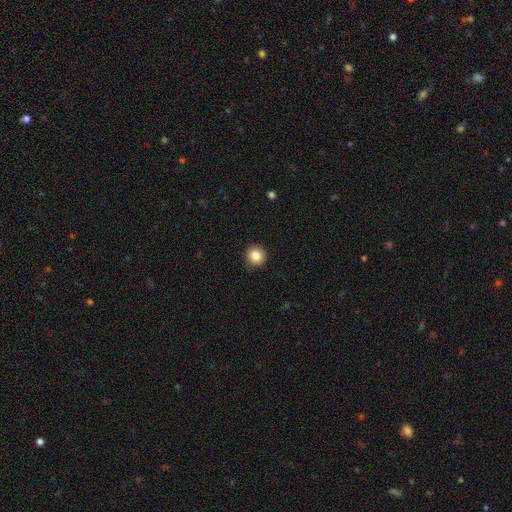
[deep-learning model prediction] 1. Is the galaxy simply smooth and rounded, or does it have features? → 84% smooth, 10% star or artifact, 6% featured or disk.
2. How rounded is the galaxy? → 93% round, 6% in between, 1% cigar-shaped.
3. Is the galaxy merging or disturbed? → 90% none, 7% minor disturbance, 2% major disturbance, 1% merger.